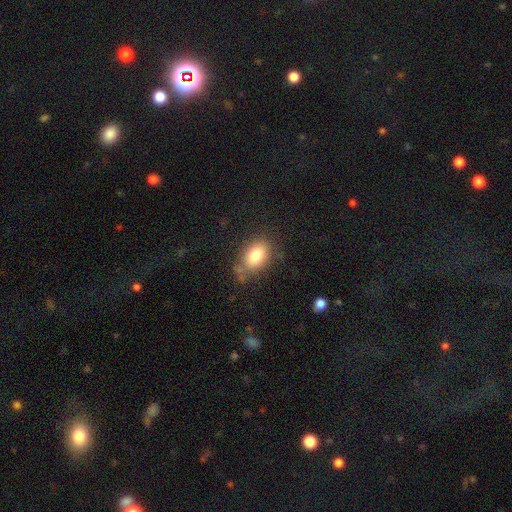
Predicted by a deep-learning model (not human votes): This appears to be a smooth galaxy with no disk features (81%) that is in between round and cigar-shaped (83%). Merging: none (67%).